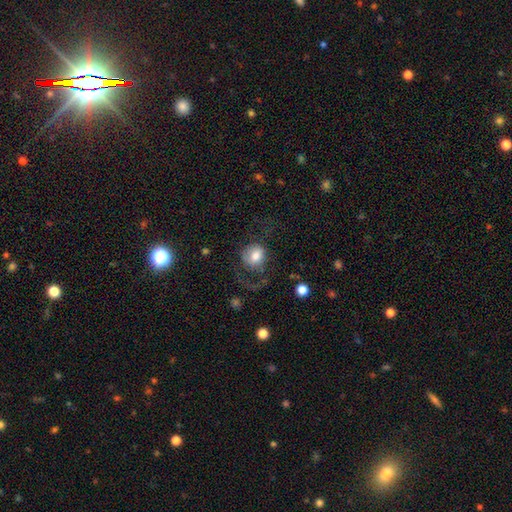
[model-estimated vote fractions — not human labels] smooth-or-featured: smooth: 71% | featured or disk: 21% | star or artifact: 8%
  how-rounded: round: 69% | in between: 30% | cigar-shaped: 1%
  merging: major disturbance: 43% | none: 37% | minor disturbance: 17% | merger: 3%